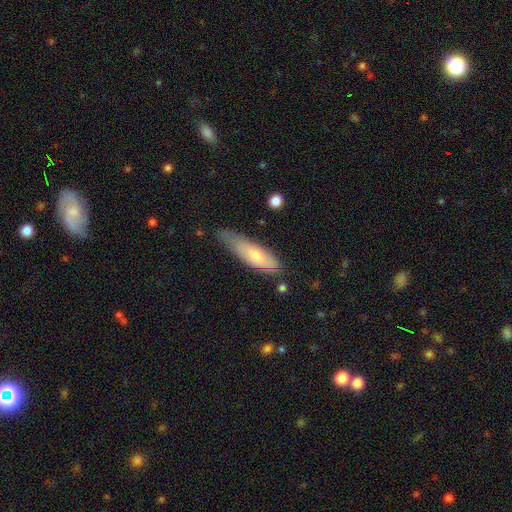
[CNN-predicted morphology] Smooth or featured?
  - smooth: 63% *
  - featured or disk: 31%
  - star or artifact: 6%
How rounded?
  - cigar-shaped: 58% *
  - in between: 40%
  - round: 2%
Merging?
  - none: 51% *
  - minor disturbance: 37%
  - major disturbance: 10%
  - merger: 3%